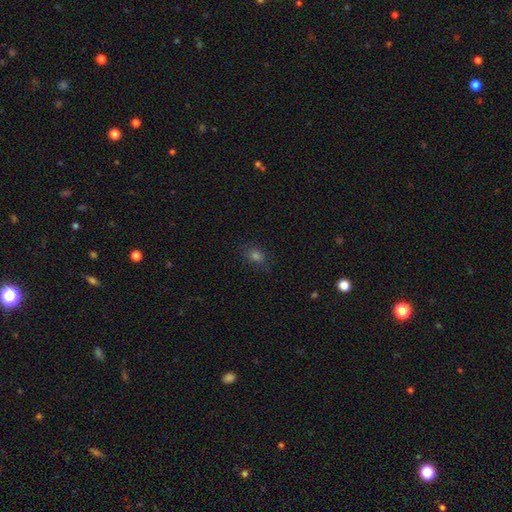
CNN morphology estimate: A smooth galaxy with no disk features (66%) that is in between round and cigar-shaped (55%).

Vote fractions:
- Smooth or featured? smooth: 66% / star or artifact: 24% / featured or disk: 9%
- How rounded? in between: 55% / round: 43% / cigar-shaped: 2%
- Merging? none: 82% / minor disturbance: 13% / major disturbance: 4% / merger: 1%